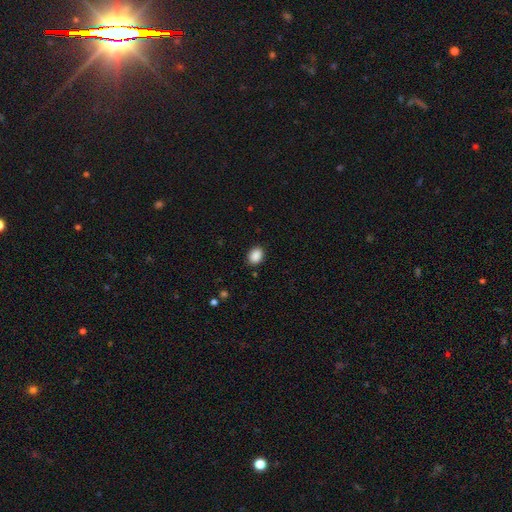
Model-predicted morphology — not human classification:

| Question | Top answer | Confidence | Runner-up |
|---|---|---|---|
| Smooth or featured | smooth | 89% | star or artifact (8%) |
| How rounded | in between | 61% | round (38%) |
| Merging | none | 88% | minor disturbance (9%) |